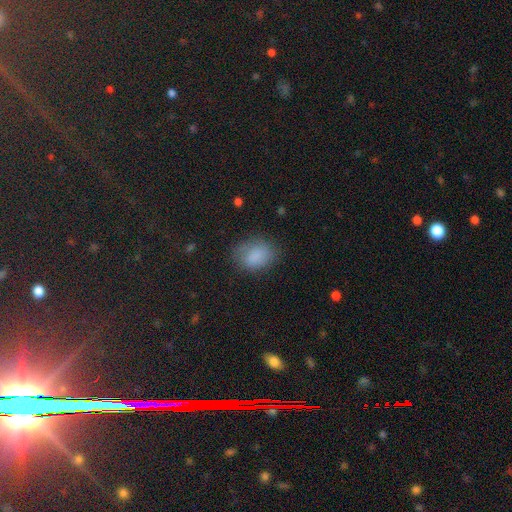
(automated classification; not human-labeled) Smooth or featured? smooth (83%)
How rounded? in between (69%)
Merging? none (70%)